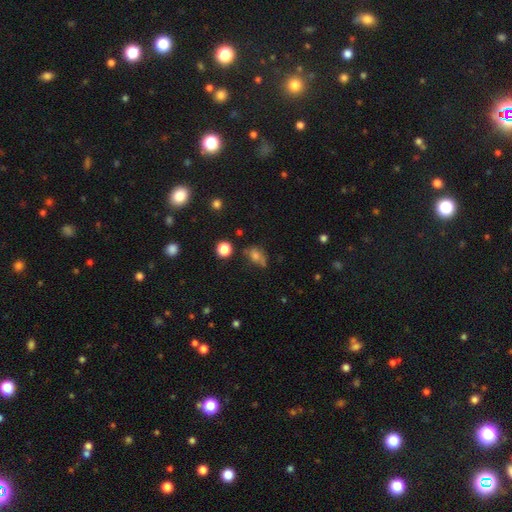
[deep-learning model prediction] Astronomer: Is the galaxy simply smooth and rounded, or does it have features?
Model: smooth — 65%.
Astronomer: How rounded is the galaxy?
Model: in between — 70%.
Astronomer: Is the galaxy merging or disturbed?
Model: none — 47% (runner-up: minor disturbance, 30%).